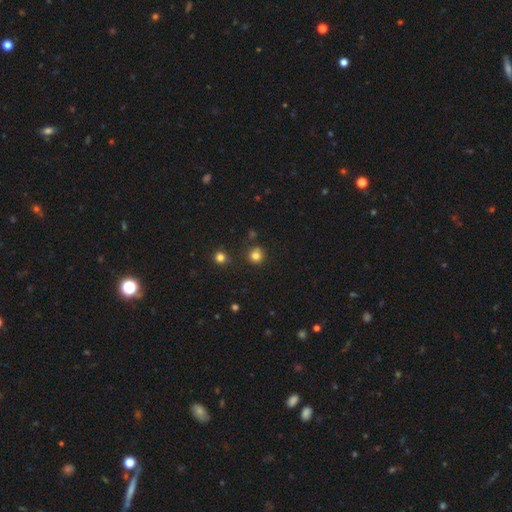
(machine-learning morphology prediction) This is likely a smooth galaxy (80%). How rounded: clearly round (90%). Merging: clearly none (80%).